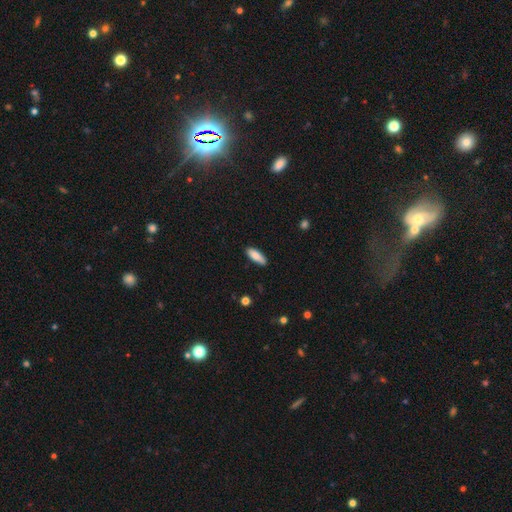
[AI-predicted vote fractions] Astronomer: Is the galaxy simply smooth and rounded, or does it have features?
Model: smooth — 83%.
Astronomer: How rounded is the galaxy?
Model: in between — 64%.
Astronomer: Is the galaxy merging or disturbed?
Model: none — 86%.